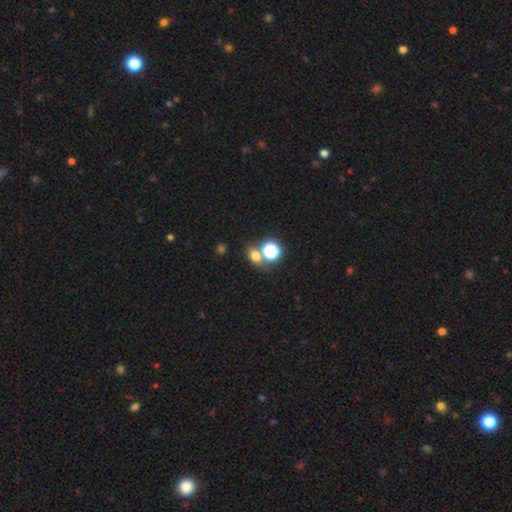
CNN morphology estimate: This appears to be a smooth galaxy with no disk features (67%) that is round (57%). Merging: none (60%).